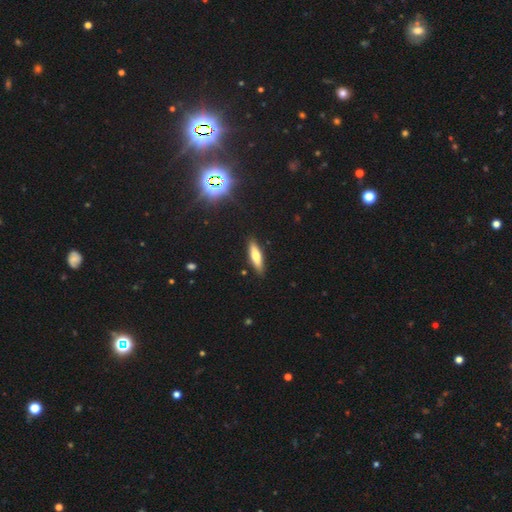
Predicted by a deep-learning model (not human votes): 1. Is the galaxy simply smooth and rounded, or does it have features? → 67% smooth, 26% featured or disk, 7% star or artifact.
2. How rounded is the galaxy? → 66% cigar-shaped, 32% in between, 2% round.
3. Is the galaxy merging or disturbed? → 88% none, 9% minor disturbance, 2% major disturbance, 1% merger.